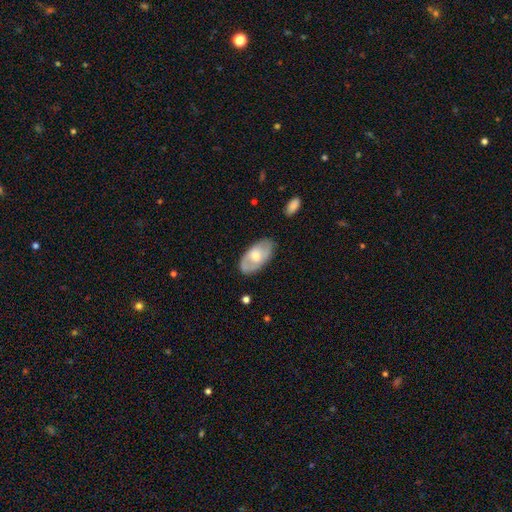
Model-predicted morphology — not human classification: Q: Smooth or featured?
A: featured or disk (48%); runner-up: smooth (46%)
Q: Merging?
A: none (78%); runner-up: minor disturbance (17%)